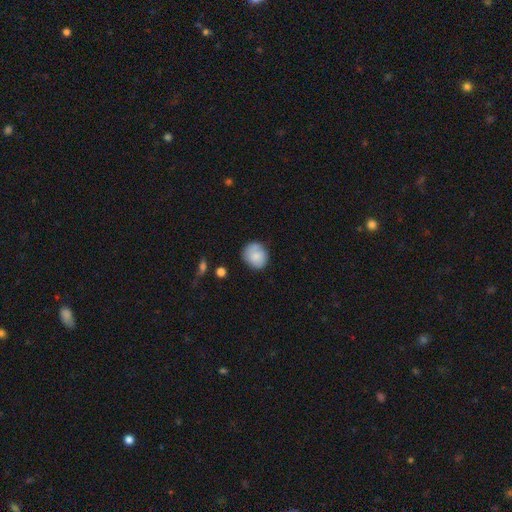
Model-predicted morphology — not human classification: smooth 79%, featured or disk 14%, star or artifact 7%. Down the decision tree: how rounded — round (78%); merging — none (67%).